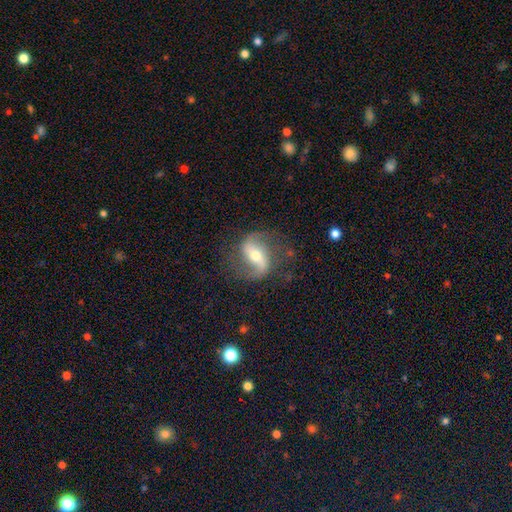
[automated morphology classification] A featured or disk galaxy (82%) with a strong bar (50%), 2 (91%) loose (59%) spiral arms (91%) and a moderate central bulge (60%).

Vote fractions:
- Smooth or featured? featured or disk: 82% / smooth: 11% / star or artifact: 6%
- Edge-on disk? no: 94% / yes: 6%
- Bar? strong: 50% / weak: 31% / no: 18%
- Spiral arms? yes: 91% / no: 9%
- Spiral winding? loose: 59% / medium: 32% / tight: 8%
- Spiral arm count? 2: 91% / 1: 3% / can't tell: 3% / 3: 1% / 4: 1% / more than 4: 1%
- Bulge size? moderate: 60% / small: 33% / large: 4% / dominant: 1% / none: 1%
- Merging? none: 73% / minor disturbance: 16% / major disturbance: 10% / merger: 2%